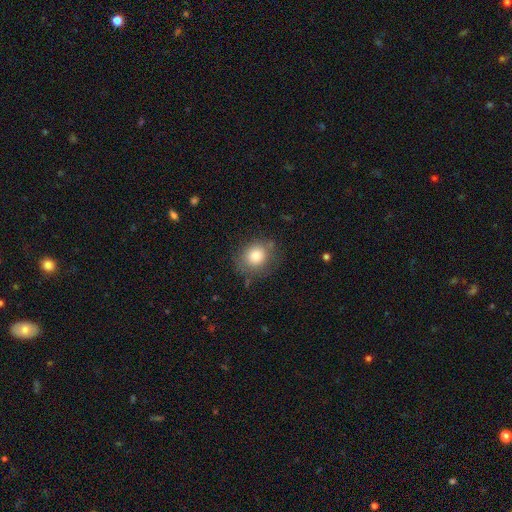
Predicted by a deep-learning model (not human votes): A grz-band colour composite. It shows a smooth galaxy with no disk features (80%) that is round (78%). Merging: none (76%).